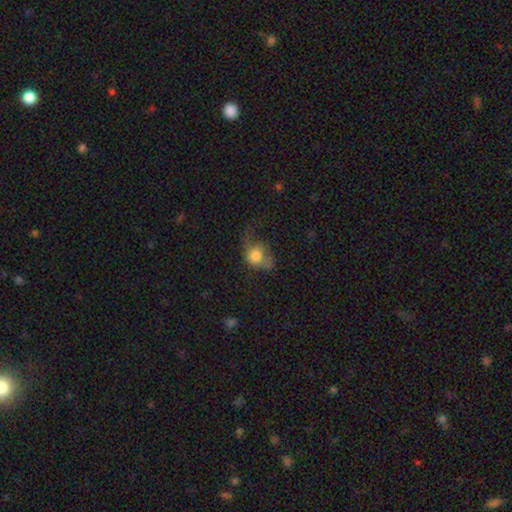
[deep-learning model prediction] A smooth galaxy with no disk features (69%) that is round (54%).

Vote fractions:
- Smooth or featured? smooth: 69% / featured or disk: 22% / star or artifact: 9%
- How rounded? round: 54% / in between: 45% / cigar-shaped: 2%
- Merging? major disturbance: 46% / minor disturbance: 26% / none: 25% / merger: 3%